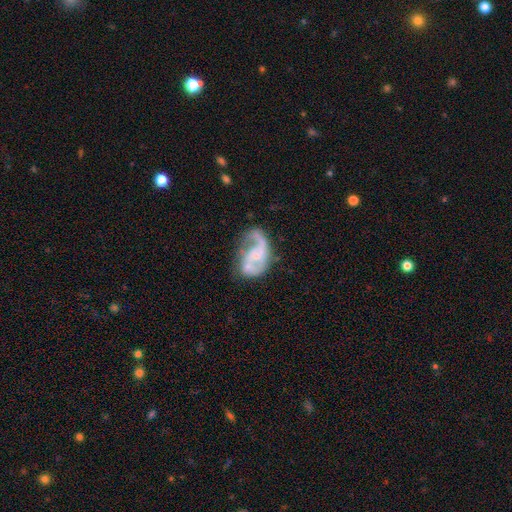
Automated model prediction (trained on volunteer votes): smooth-or-featured: featured or disk: 79% | smooth: 14% | star or artifact: 6%
  disk-edge-on: no: 98% | yes: 2%
    bar: no: 59% | weak: 34% | strong: 8%
    has-spiral-arms: yes: 88% | no: 12%
      spiral-winding: loose: 44% | medium: 42% | tight: 15%
      spiral-arm-count: 2: 68% | 1: 18% | can't tell: 9% | 3: 3% | 4: 1% | more than 4: 1%
    bulge-size: small: 59% | moderate: 22% | none: 16% | large: 2% | dominant: 1%
  merging: none: 40% | major disturbance: 28% | minor disturbance: 25% | merger: 7%